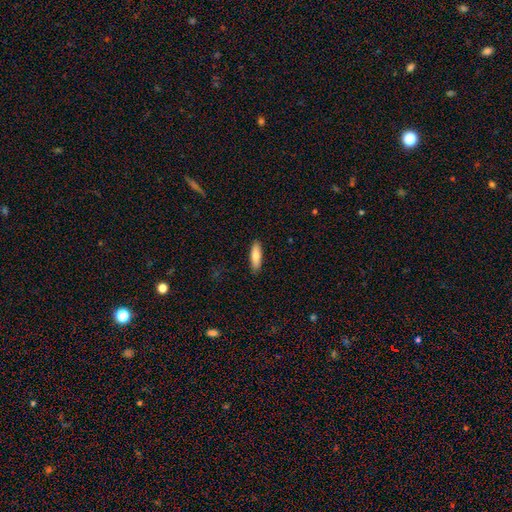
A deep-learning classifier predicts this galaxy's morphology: A smooth galaxy with no disk features (77%) that is cigar-shaped (55%).

Vote fractions:
- Smooth or featured? smooth: 77% / featured or disk: 17% / star or artifact: 6%
- How rounded? cigar-shaped: 55% / in between: 43% / round: 2%
- Merging? none: 89% / minor disturbance: 8% / major disturbance: 2% / merger: 1%